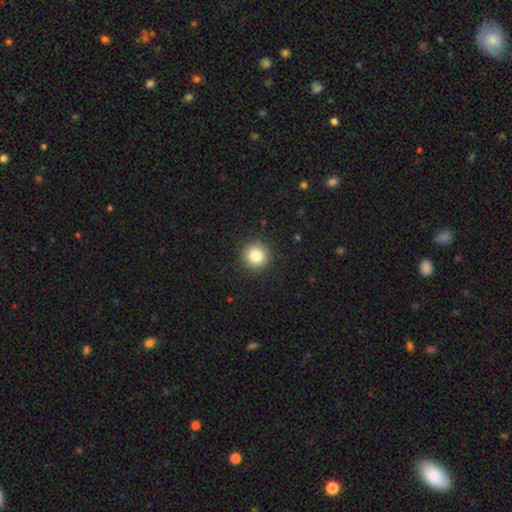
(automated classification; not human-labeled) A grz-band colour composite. It shows a smooth galaxy with no disk features (83%) that is round (95%). Merging: none (92%).